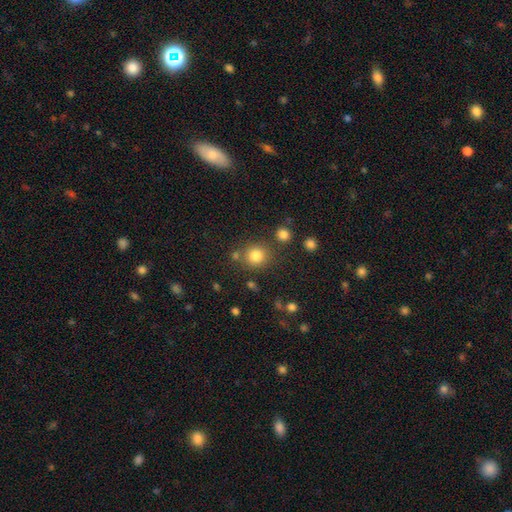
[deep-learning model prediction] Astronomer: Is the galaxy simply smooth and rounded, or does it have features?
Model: smooth — 82%.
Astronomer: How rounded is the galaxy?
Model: round — 87%.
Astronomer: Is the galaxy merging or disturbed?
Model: none — 77%.